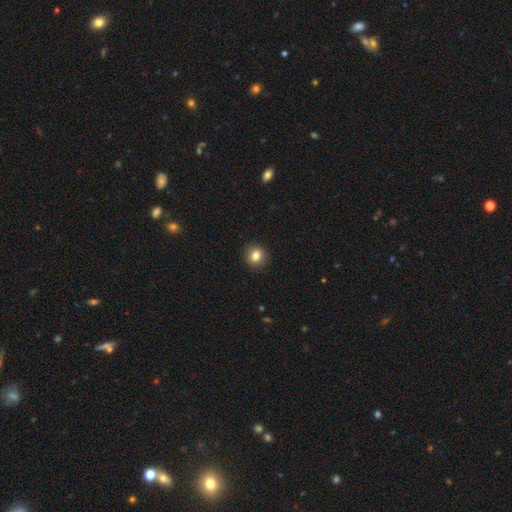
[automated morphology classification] Overall: smooth (83%). How rounded: round (83%). Merging: none (91%).